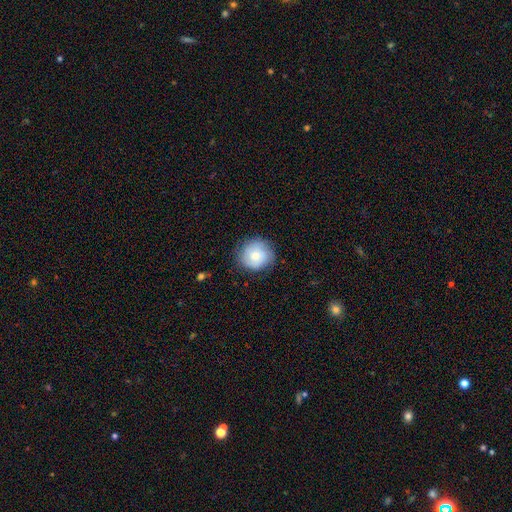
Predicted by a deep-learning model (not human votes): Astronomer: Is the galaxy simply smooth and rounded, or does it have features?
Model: smooth — 67%.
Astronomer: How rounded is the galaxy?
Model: round — 90%.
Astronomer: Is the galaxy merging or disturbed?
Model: none — 82%.